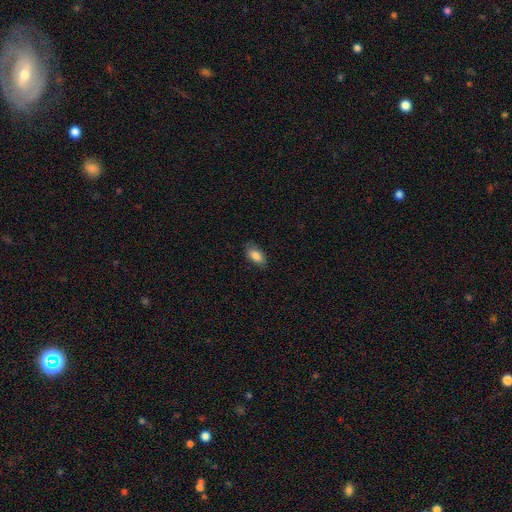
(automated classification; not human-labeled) A smooth galaxy with no disk features (85%) that is in between round and cigar-shaped (90%).

Vote fractions:
- Smooth or featured? smooth: 85% / featured or disk: 8% / star or artifact: 7%
- How rounded? in between: 90% / cigar-shaped: 6% / round: 4%
- Merging? none: 82% / minor disturbance: 14% / major disturbance: 3% / merger: 1%